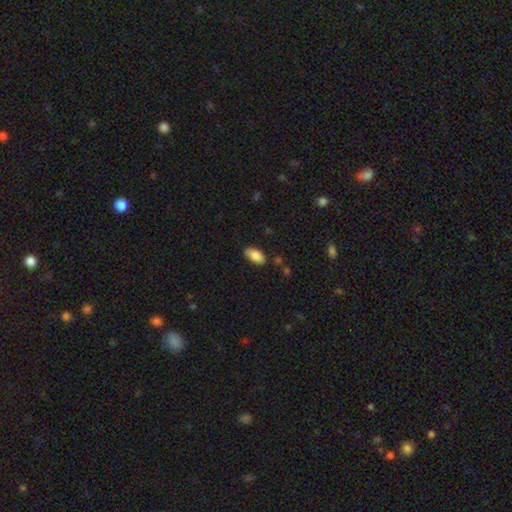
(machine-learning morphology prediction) Smooth or featured?
  - smooth: 86% *
  - star or artifact: 7%
  - featured or disk: 7%
How rounded?
  - in between: 93% *
  - cigar-shaped: 5%
  - round: 3%
Merging?
  - none: 78% *
  - minor disturbance: 17%
  - major disturbance: 3%
  - merger: 2%